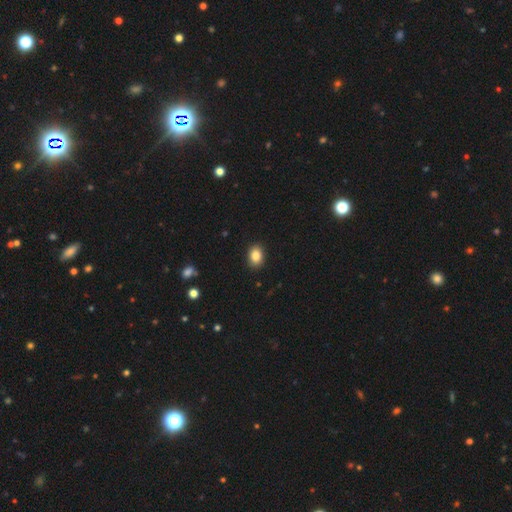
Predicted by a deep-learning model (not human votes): smooth-or-featured: smooth: 86% | star or artifact: 9% | featured or disk: 5%
  how-rounded: in between: 70% | round: 29% | cigar-shaped: 1%
  merging: none: 89% | minor disturbance: 8% | major disturbance: 2% | merger: 1%